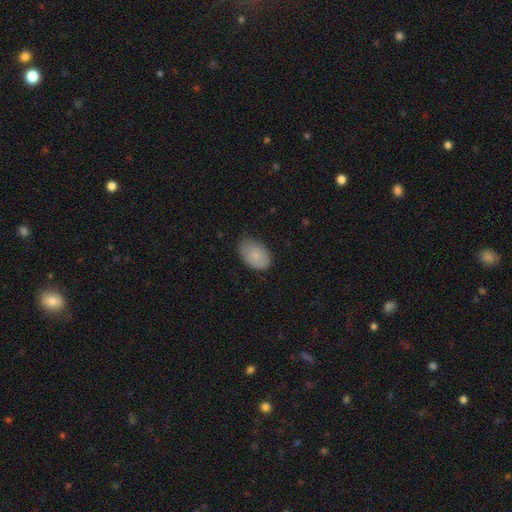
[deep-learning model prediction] Overall: smooth (82%). How rounded: in between (88%). Merging: none (72%).